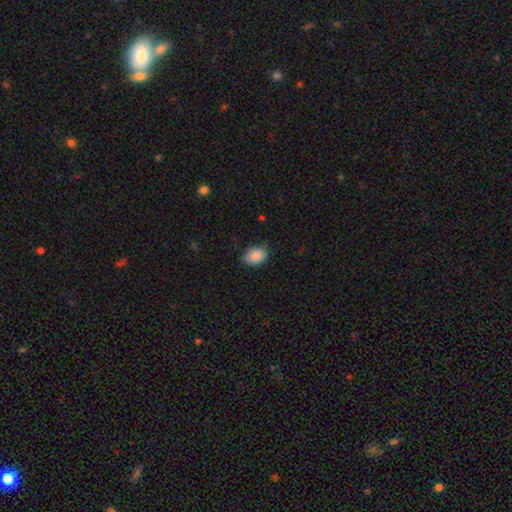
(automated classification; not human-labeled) A smooth galaxy with no disk features (89%) that is in between round and cigar-shaped (79%). Merging: none (72%).